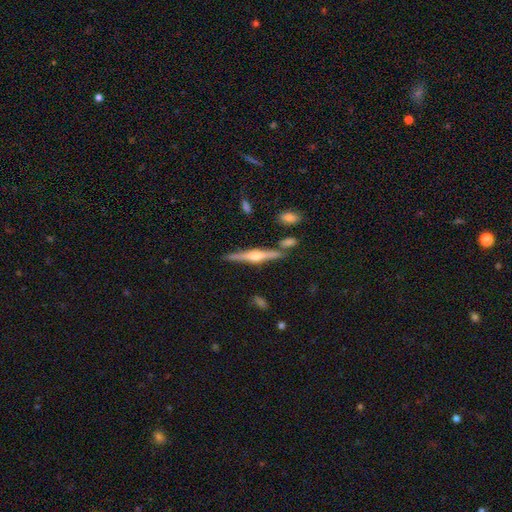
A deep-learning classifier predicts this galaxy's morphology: A featured or disk galaxy (79%) viewed edge-on (98%) with a rounded central bulge (91%). Merging: none (83%).